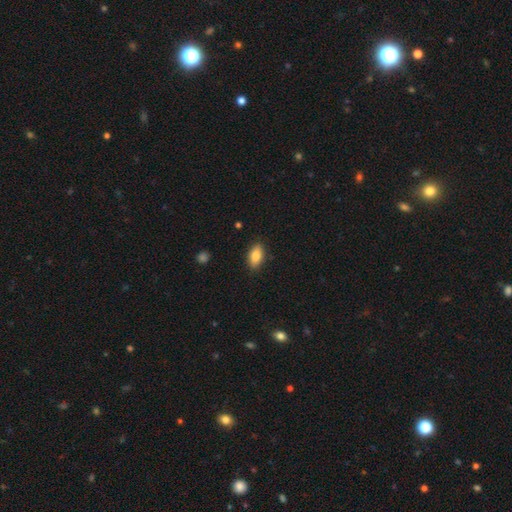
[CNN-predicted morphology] This appears to be a smooth galaxy with no disk features (82%) that is in between round and cigar-shaped (89%). Merging: none (88%).